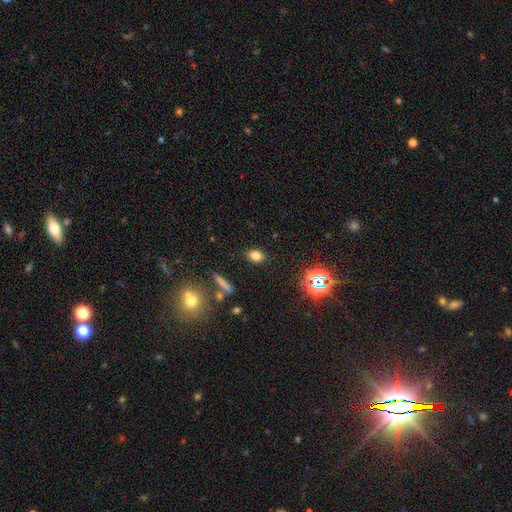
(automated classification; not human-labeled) A smooth galaxy with no disk features (76%) that is in between round and cigar-shaped (68%).

Vote fractions:
- Smooth or featured? smooth: 76% / star or artifact: 17% / featured or disk: 7%
- How rounded? in between: 68% / round: 28% / cigar-shaped: 3%
- Merging? none: 87% / minor disturbance: 8% / major disturbance: 3% / merger: 2%